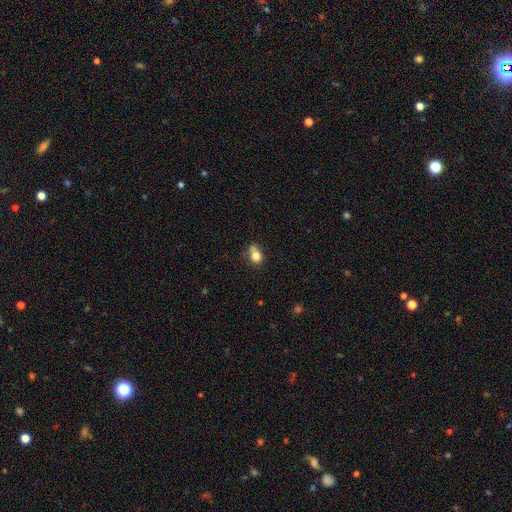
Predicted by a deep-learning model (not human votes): The model was most divided on "how rounded": round: 55%, in between: 44%, cigar-shaped: 1%. Remaining: smooth or featured — smooth (78%); merging — none (47%).